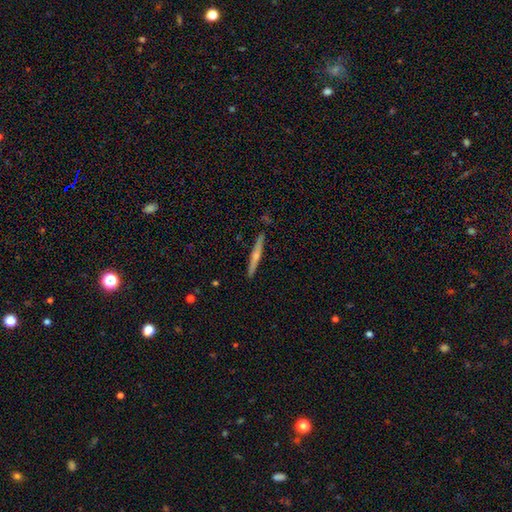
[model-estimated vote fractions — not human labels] Smooth or featured: featured or disk — 57% (smooth — 37%)
Edge-on disk: yes — 97% (no — 3%)
Edge-on bulge: rounded — 66% (none — 28%)
Merging: none — 90% (minor disturbance — 7%)